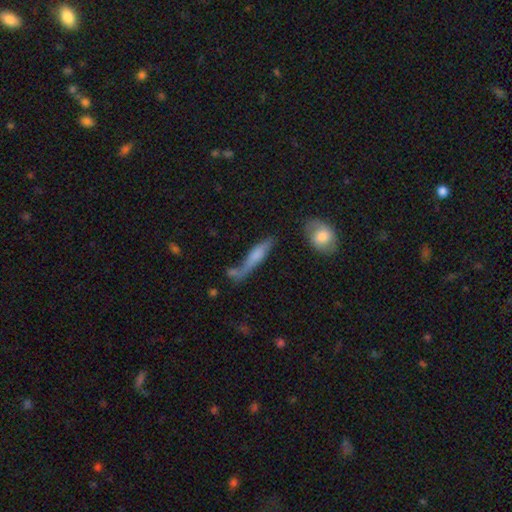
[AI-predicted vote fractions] smooth-or-featured: smooth: 58% | featured or disk: 34% | star or artifact: 8%
  how-rounded: cigar-shaped: 78% | in between: 19% | round: 3%
  merging: none: 44% | minor disturbance: 23% | merger: 19% | major disturbance: 14%